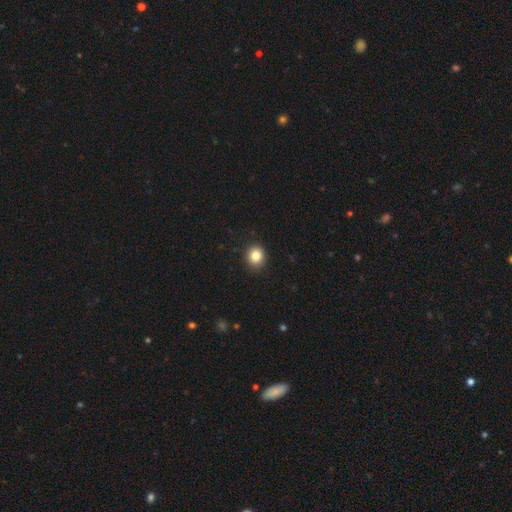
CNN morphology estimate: A smooth galaxy with no disk features (84%) that is round (80%).

Vote fractions:
- Smooth or featured? smooth: 84% / star or artifact: 11% / featured or disk: 6%
- How rounded? round: 80% / in between: 19% / cigar-shaped: 1%
- Merging? none: 91% / minor disturbance: 7% / major disturbance: 2% / merger: 1%